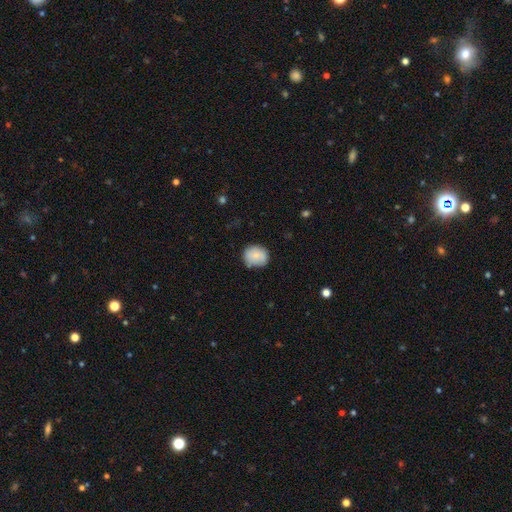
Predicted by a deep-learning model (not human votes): Smooth or featured? smooth (78%)
How rounded? round (70%)
Merging? none (74%)